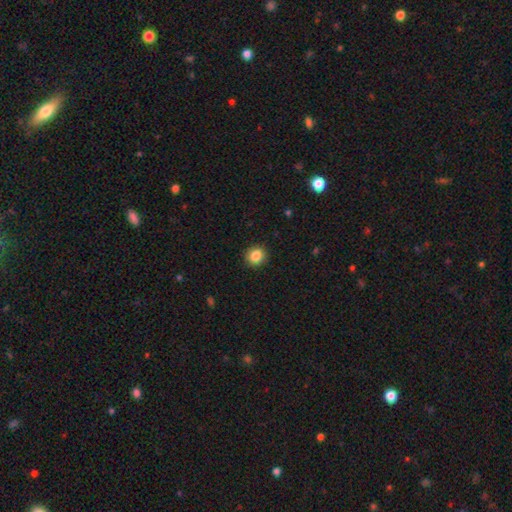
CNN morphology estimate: Smooth or featured: smooth — 87% (star or artifact — 9%)
How rounded: round — 82% (in between — 17%)
Merging: none — 90% (minor disturbance — 7%)